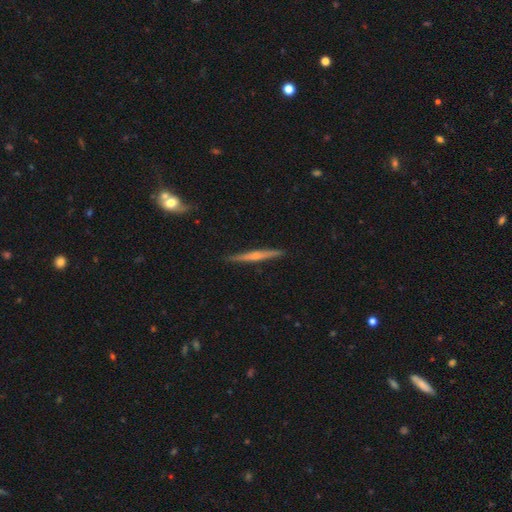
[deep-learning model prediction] This is possibly a featured or disk galaxy (60%). It is clearly viewed edge-on (98%). Edge-on bulge: possibly rounded (54%). Merging: clearly none (90%).